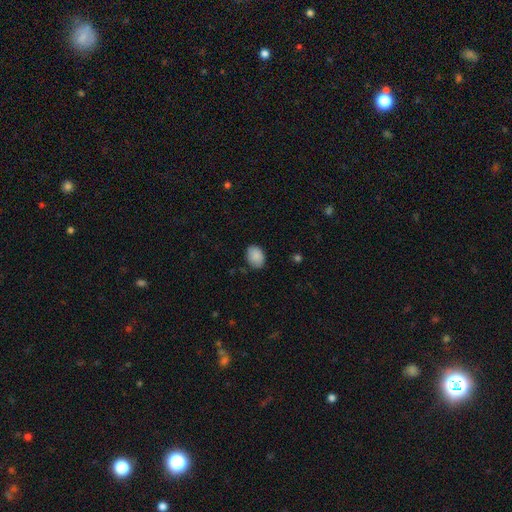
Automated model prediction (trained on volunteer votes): Overall: smooth (88%). How rounded: in between (68%; round 31%). Merging: none (80%).